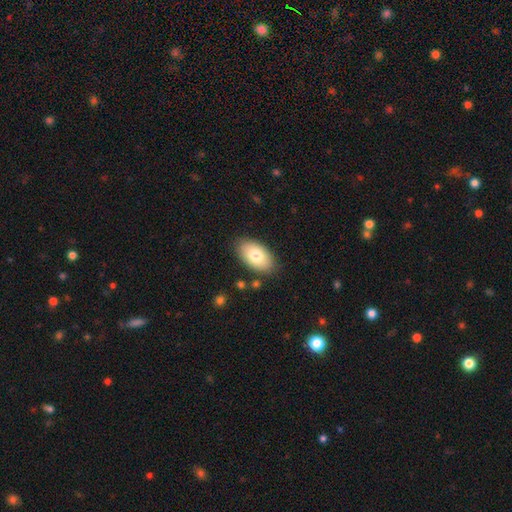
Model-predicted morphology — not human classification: type=smooth (79%); roundness=in between (95%); merging=none (85%).